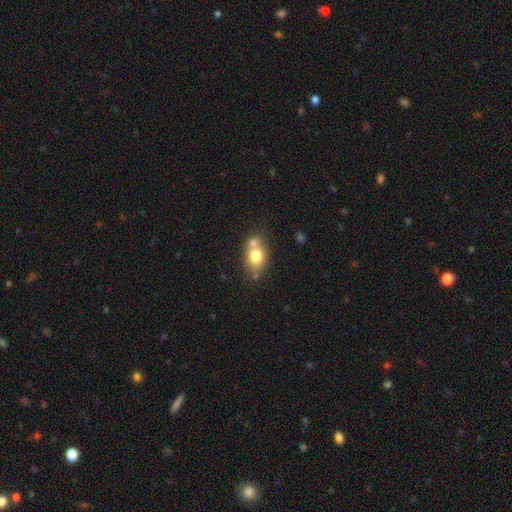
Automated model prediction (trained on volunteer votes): This is likely a smooth galaxy (73%). How rounded: likely in between (60%). Merging: marginally none (45%).